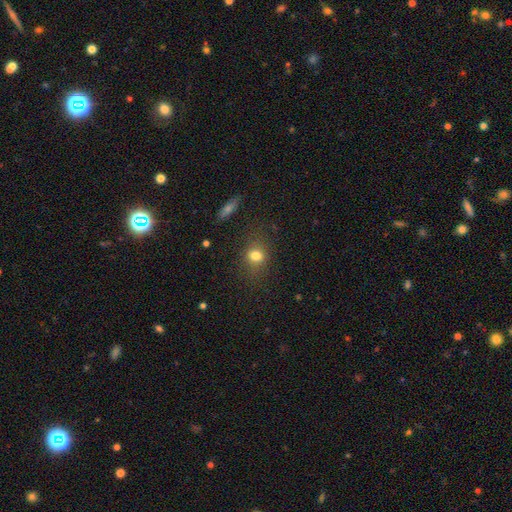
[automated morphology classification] A smooth galaxy with no disk features (77%) that is round (54%). Merging: none (77%).